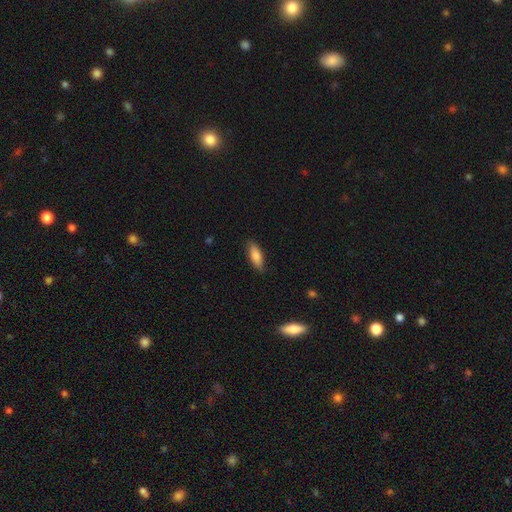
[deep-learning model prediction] This appears to be a smooth galaxy with no disk features (80%) that is in between round and cigar-shaped (66%). Merging: none (83%).